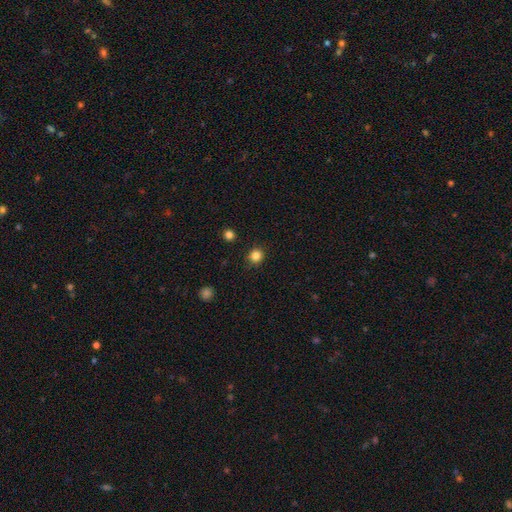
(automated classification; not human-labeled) Smooth or featured?
  - smooth: 84% *
  - star or artifact: 12%
  - featured or disk: 4%
How rounded?
  - round: 88% *
  - in between: 11%
  - cigar-shaped: 1%
Merging?
  - none: 90% *
  - minor disturbance: 7%
  - major disturbance: 2%
  - merger: 2%